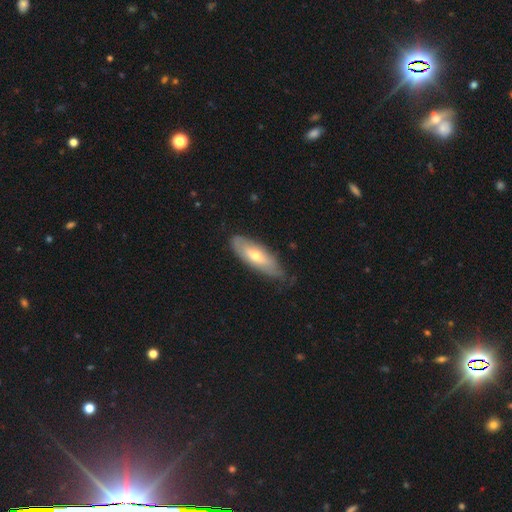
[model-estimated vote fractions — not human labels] Overall: smooth (50%; featured or disk 44%). How rounded: in between (65%; cigar-shaped 33%). Merging: none (70%).